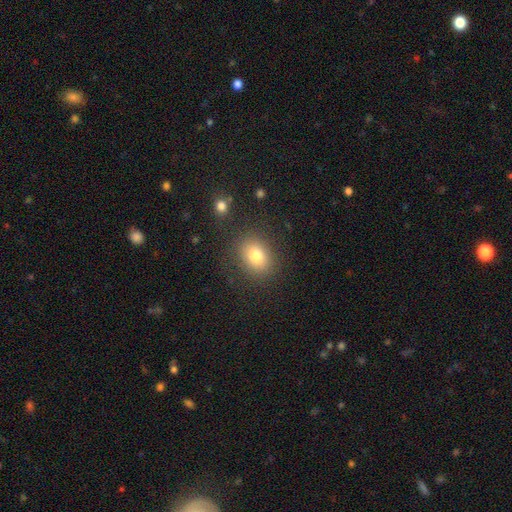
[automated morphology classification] This is likely a smooth galaxy (79%). How rounded: possibly in between (54%). Merging: clearly none (84%).